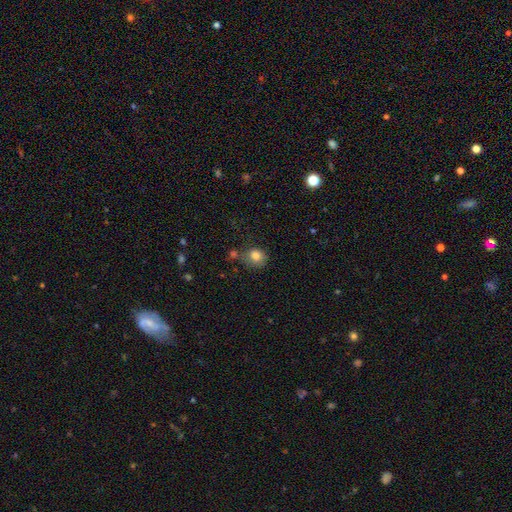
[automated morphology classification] The model was most divided on "merging": none: 65%, minor disturbance: 19%, merger: 10%, major disturbance: 6%. More confident: smooth or featured — smooth (82%); how rounded — round (76%).